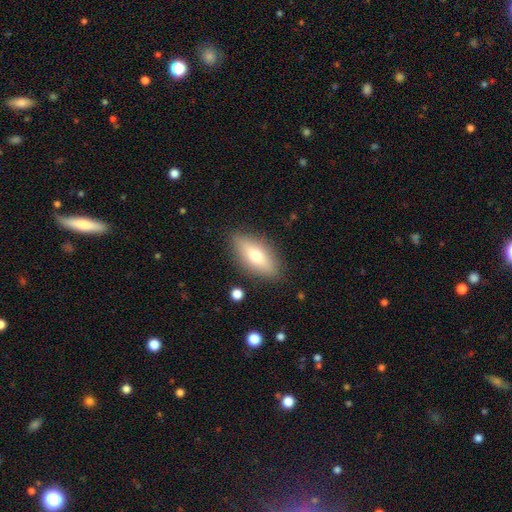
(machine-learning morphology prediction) The model was most divided on "smooth or featured": smooth: 63%, featured or disk: 29%, star or artifact: 7%. More confident: merging — none (86%); how rounded — in between (74%).